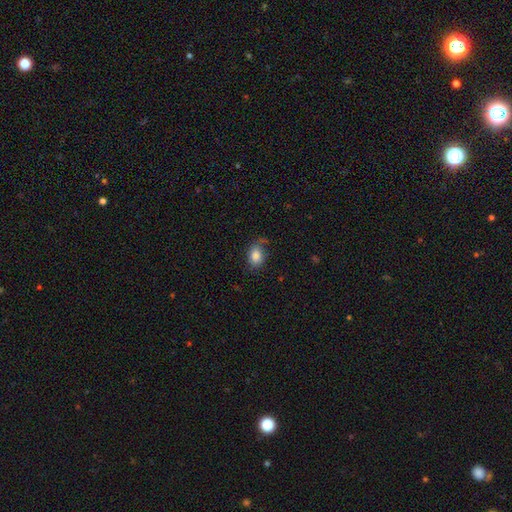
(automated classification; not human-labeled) This is clearly a smooth galaxy (83%). How rounded: likely in between (76%). Merging: likely none (61%).